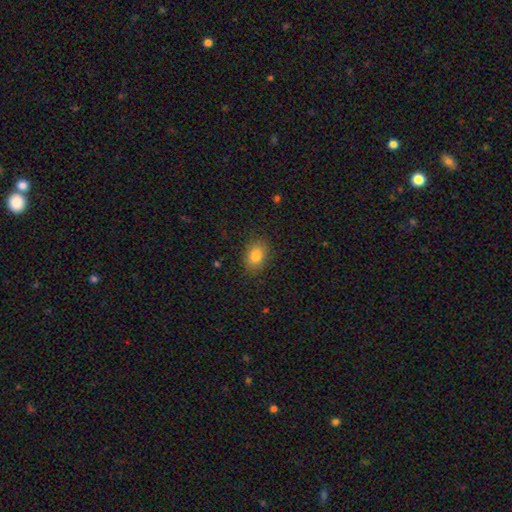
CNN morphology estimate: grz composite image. It shows a smooth galaxy with no disk features (84%) that is in between round and cigar-shaped (79%). Merging: none (85%).